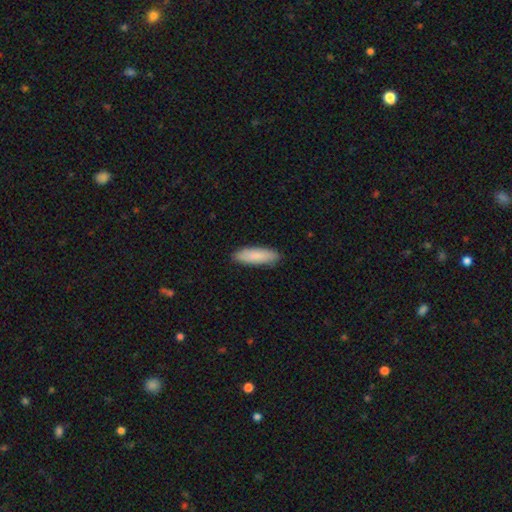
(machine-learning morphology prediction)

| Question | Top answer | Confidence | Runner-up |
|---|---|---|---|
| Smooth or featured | smooth | 87% | featured or disk (7%) |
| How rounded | cigar-shaped | 55% | in between (43%) |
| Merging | none | 89% | minor disturbance (8%) |